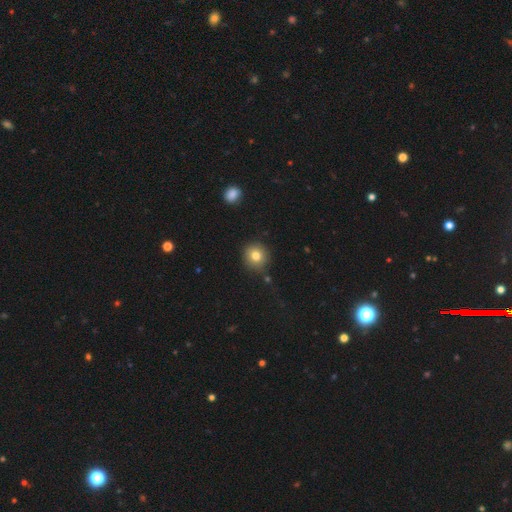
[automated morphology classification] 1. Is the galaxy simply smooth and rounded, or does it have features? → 79% smooth, 11% star or artifact, 9% featured or disk.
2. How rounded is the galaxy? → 90% round, 9% in between, 1% cigar-shaped.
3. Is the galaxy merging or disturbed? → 85% none, 10% minor disturbance, 3% merger, 2% major disturbance.